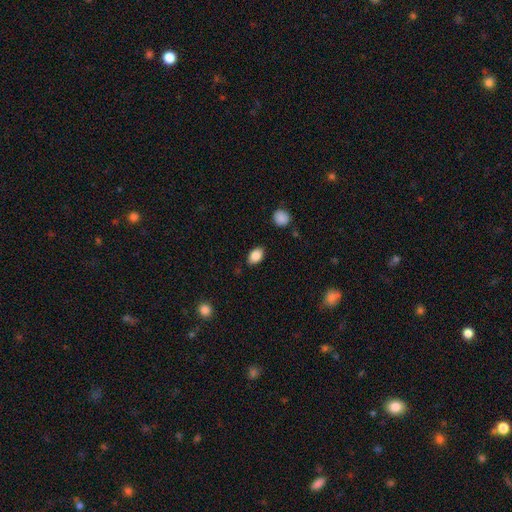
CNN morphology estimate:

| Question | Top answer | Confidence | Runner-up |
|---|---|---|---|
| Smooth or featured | smooth | 86% | star or artifact (8%) |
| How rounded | in between | 85% | round (14%) |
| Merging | none | 85% | minor disturbance (11%) |